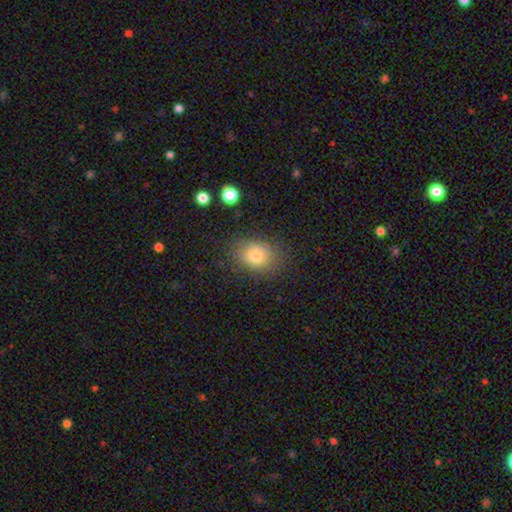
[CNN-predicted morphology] type=smooth (79%); roundness=in between (63%); merging=none (79%).